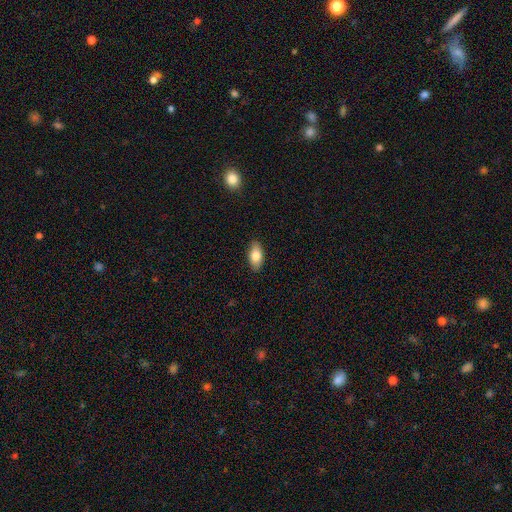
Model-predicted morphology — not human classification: The model was most divided on "smooth or featured": smooth: 81%, featured or disk: 13%, star or artifact: 7%. More confident: how rounded — in between (90%); merging — none (87%).